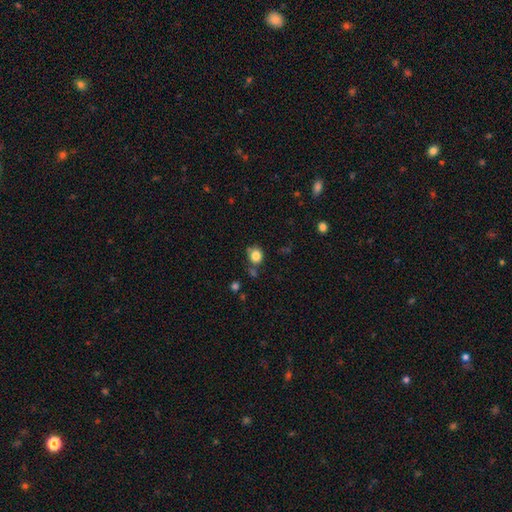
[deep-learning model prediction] Smooth or featured? smooth (83%)
How rounded? round (79%)
Merging? none (69%)